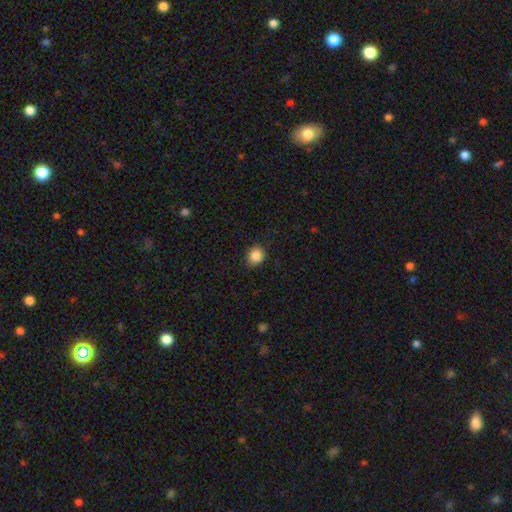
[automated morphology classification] The model was most divided on "how rounded": round: 72%, in between: 27%, cigar-shaped: 1%. More confident: merging — none (87%); smooth or featured — smooth (86%).